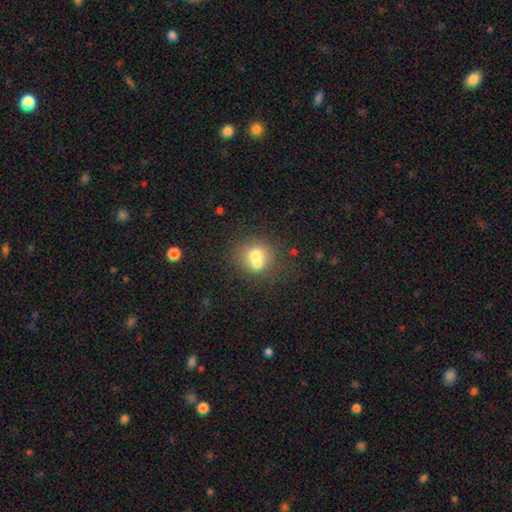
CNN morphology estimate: smooth-or-featured: smooth: 66% | featured or disk: 23% | star or artifact: 12%
  how-rounded: round: 81% | in between: 18% | cigar-shaped: 1%
  merging: merger: 51% | none: 37% | minor disturbance: 9% | major disturbance: 4%